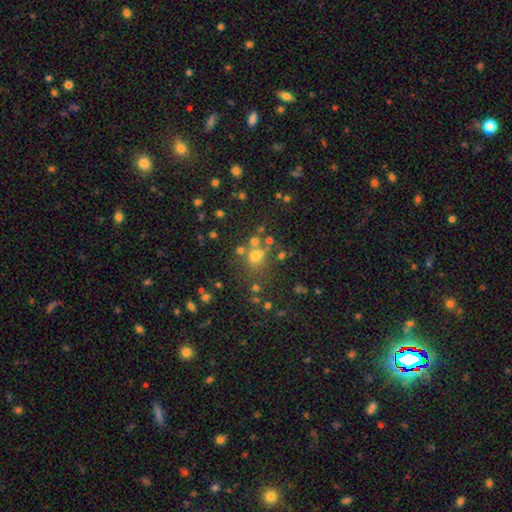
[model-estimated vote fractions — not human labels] This appears to be a smooth galaxy with no disk features (56%) that is round (74%). Merging: none (60%).